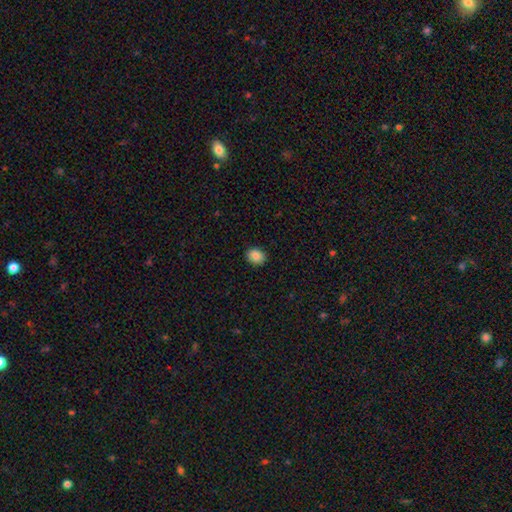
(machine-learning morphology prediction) Smooth or featured? smooth (86%)
How rounded? round (57%)
Merging? none (90%)